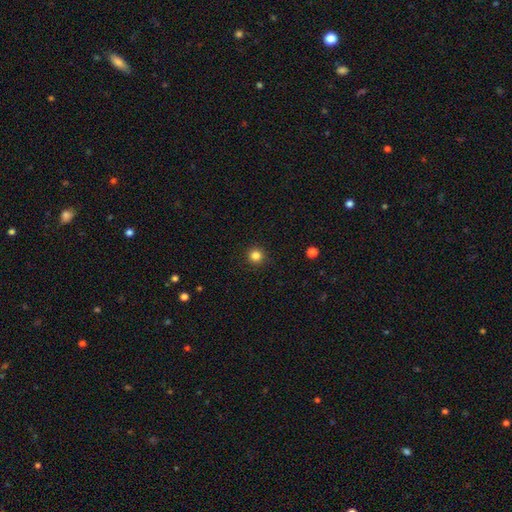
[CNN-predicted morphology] Smooth or featured: smooth — 84% (star or artifact — 12%)
How rounded: round — 96% (in between — 3%)
Merging: none — 92% (minor disturbance — 5%)